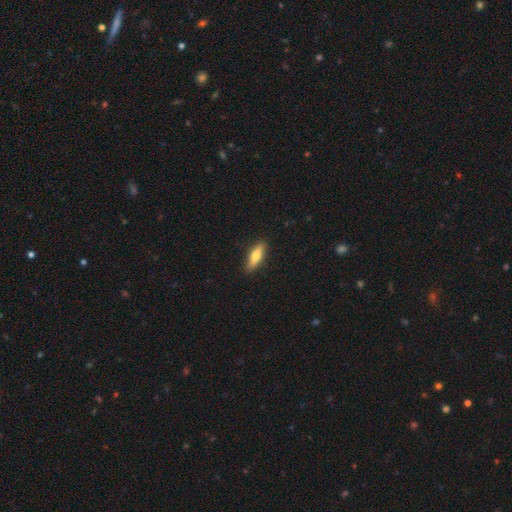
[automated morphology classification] smooth 64%, featured or disk 30%, star or artifact 6%. Down the decision tree: how rounded — cigar-shaped (59%); merging — none (89%).